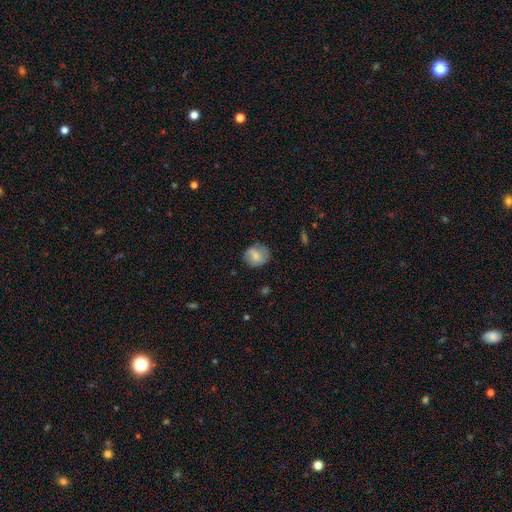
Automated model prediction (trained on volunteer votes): smooth 65%, featured or disk 27%, star or artifact 8%. Down the decision tree: how rounded — round (74%); merging — none (74%).